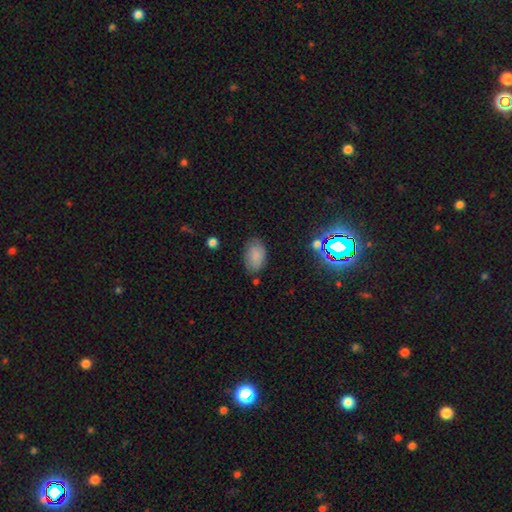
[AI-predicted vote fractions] Smooth or featured: smooth — 80% (featured or disk — 10%)
How rounded: in between — 91% (round — 7%)
Merging: none — 76% (minor disturbance — 17%)